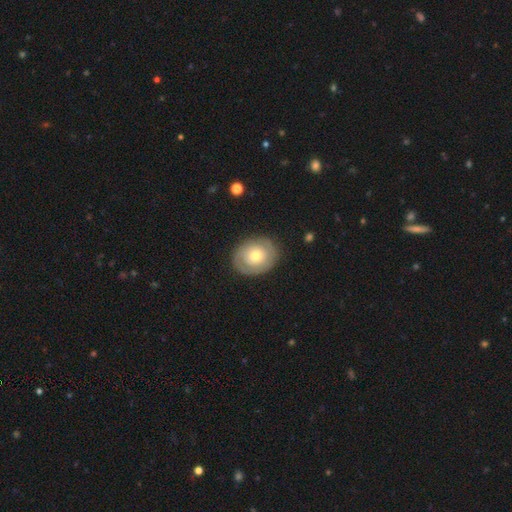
Volunteers were most divided on "bulge size": moderate: 52%, small: 26%, large: 17%, dominant: 4%, none: 0%. More confident: edge-on disk — no (88%); spiral arms — no (78%); bar — no (78%); merging — none (72%); smooth or featured — featured or disk (67%).